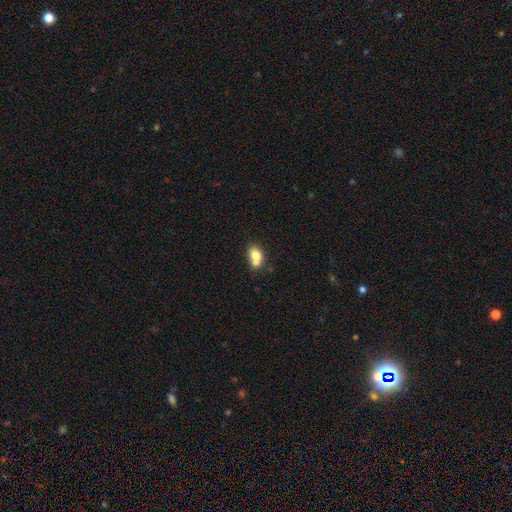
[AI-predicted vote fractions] smooth-or-featured: smooth: 73% | featured or disk: 18% | star or artifact: 9%
  how-rounded: in between: 61% | round: 38% | cigar-shaped: 1%
  merging: merger: 54% | none: 32% | minor disturbance: 10% | major disturbance: 4%